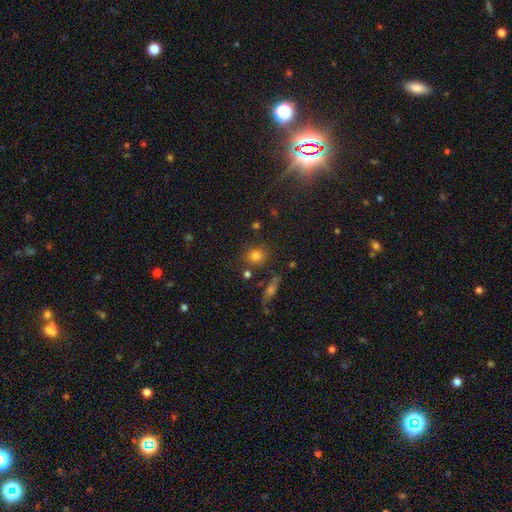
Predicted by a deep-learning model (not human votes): This appears to be a smooth galaxy with no disk features (78%) that is round (78%). Merging: none (74%).